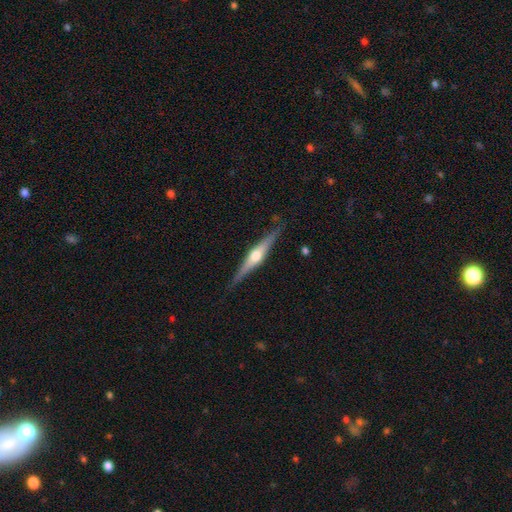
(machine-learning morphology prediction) Smooth or featured: featured or disk — 74% (smooth — 21%)
Edge-on disk: yes — 97% (no — 3%)
Edge-on bulge: rounded — 92% (boxy — 5%)
Merging: none — 86% (minor disturbance — 10%)